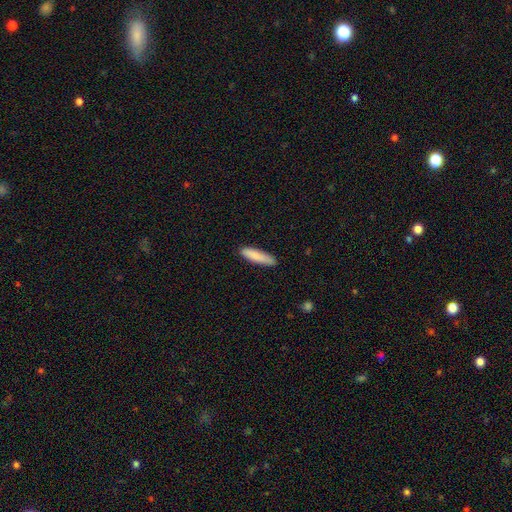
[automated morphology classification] The model was most divided on "how rounded": cigar-shaped: 76%, in between: 23%, round: 1%. More confident: smooth or featured — smooth (86%); merging — none (86%).